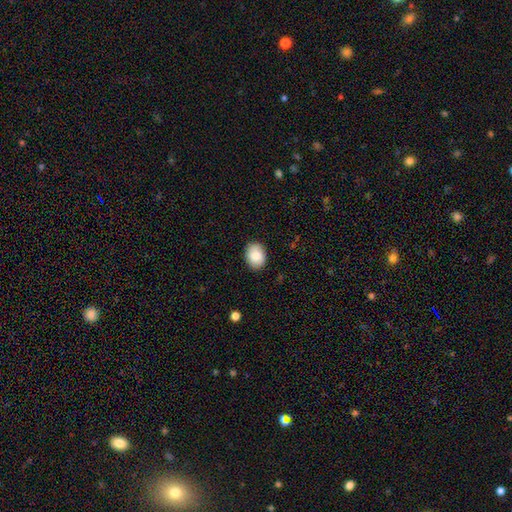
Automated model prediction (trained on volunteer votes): This appears to be a smooth galaxy with no disk features (86%) that is in between round and cigar-shaped (64%). Merging: none (86%).